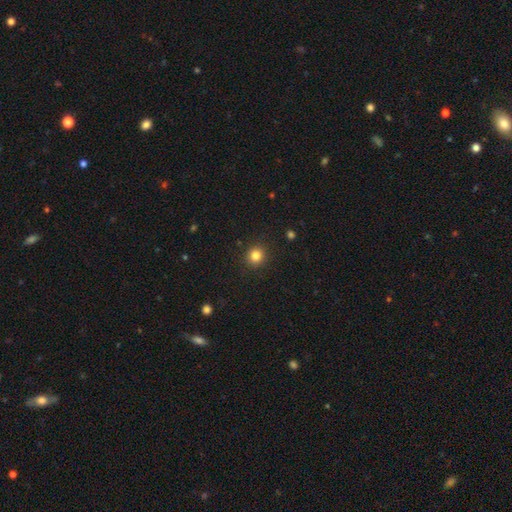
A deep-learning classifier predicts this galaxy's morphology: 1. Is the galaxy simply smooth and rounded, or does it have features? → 83% smooth, 12% star or artifact, 5% featured or disk.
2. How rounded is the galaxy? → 89% round, 11% in between, 1% cigar-shaped.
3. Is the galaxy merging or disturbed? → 91% none, 6% minor disturbance, 2% major disturbance, 1% merger.